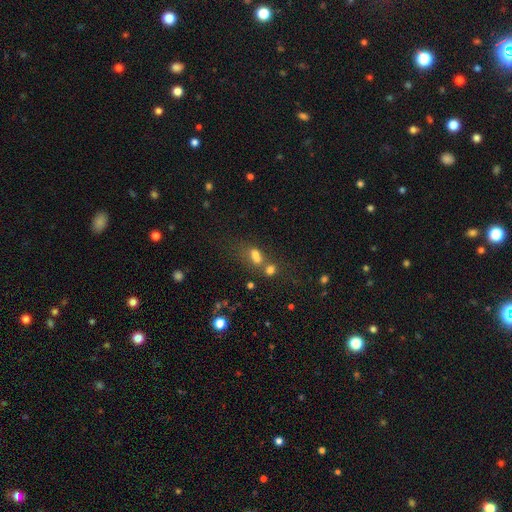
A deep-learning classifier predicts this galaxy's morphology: Smooth or featured? smooth (66%)
How rounded? in between (63%)
Merging? merger (53%)